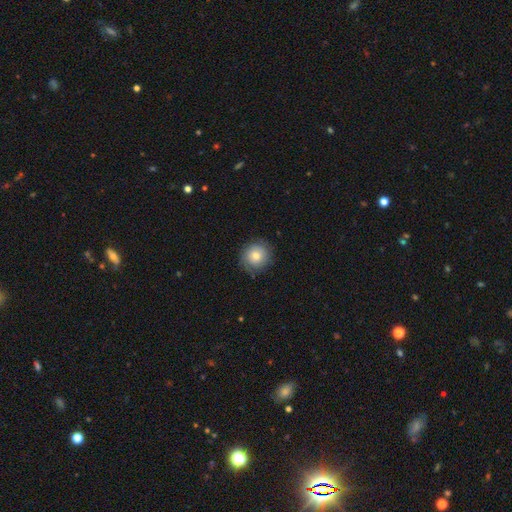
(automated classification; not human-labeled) A smooth galaxy with no disk features (74%) that is round (92%). Merging: none (82%).